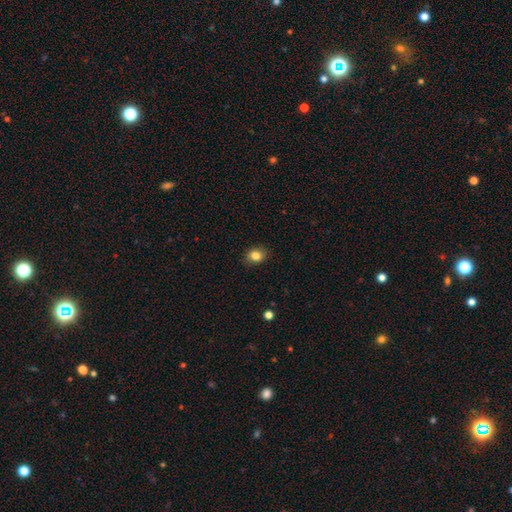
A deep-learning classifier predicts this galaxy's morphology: A smooth galaxy with no disk features (83%) that is round (51%). Merging: none (87%).